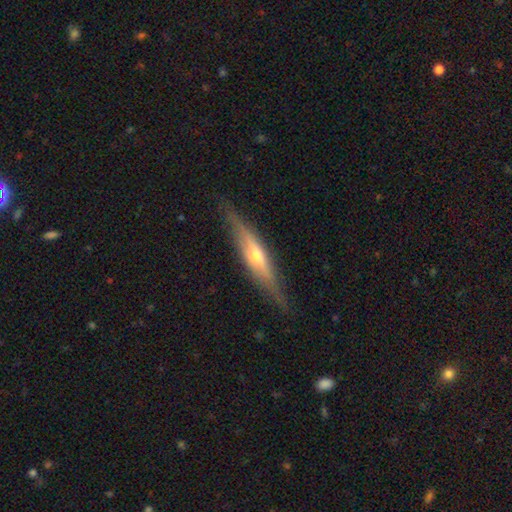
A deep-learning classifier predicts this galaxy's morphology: The model was most divided on "smooth or featured": featured or disk: 72%, smooth: 22%, star or artifact: 6%. More confident: edge-on disk — yes (94%); edge-on bulge — rounded (87%); merging — none (83%).